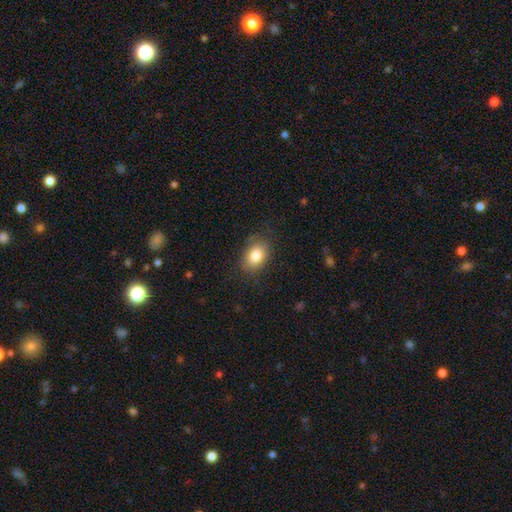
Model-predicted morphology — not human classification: Smooth or featured? smooth (82%)
How rounded? in between (77%)
Merging? none (80%)